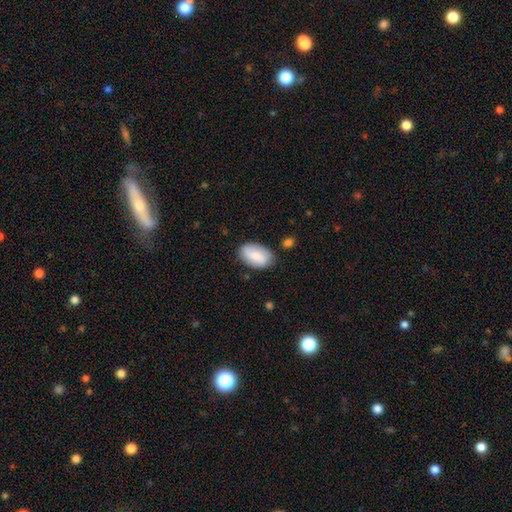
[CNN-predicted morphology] Smooth or featured?
  - smooth: 80% *
  - featured or disk: 14%
  - star or artifact: 6%
How rounded?
  - in between: 92% *
  - round: 6%
  - cigar-shaped: 1%
Merging?
  - none: 80% *
  - minor disturbance: 14%
  - major disturbance: 3%
  - merger: 2%